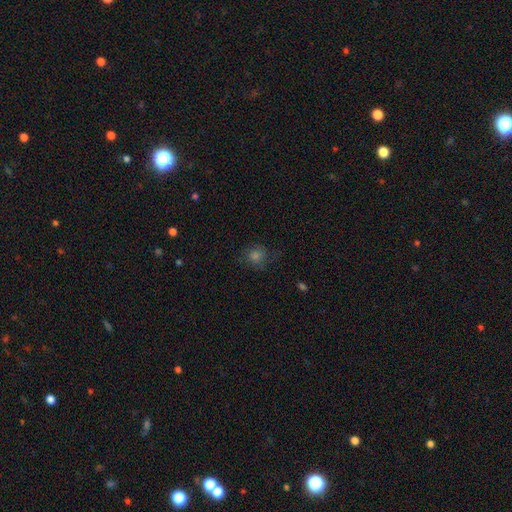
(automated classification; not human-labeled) smooth-or-featured: smooth: 54% | star or artifact: 25% | featured or disk: 21%
  how-rounded: round: 84% | in between: 15% | cigar-shaped: 1%
  merging: none: 73% | minor disturbance: 17% | major disturbance: 9% | merger: 1%